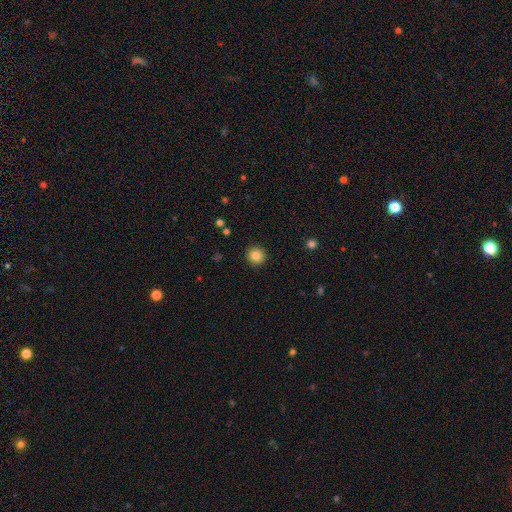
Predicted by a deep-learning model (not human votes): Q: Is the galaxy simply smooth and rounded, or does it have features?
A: smooth — 84%.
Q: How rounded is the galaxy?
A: round — 94%.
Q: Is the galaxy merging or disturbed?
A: none — 92%.